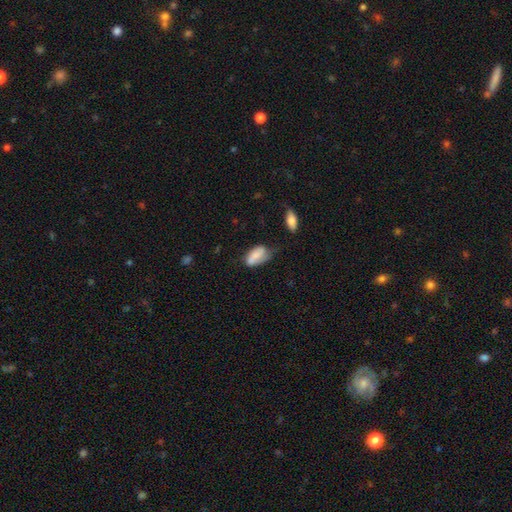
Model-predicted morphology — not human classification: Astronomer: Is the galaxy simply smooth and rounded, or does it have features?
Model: smooth — 69%.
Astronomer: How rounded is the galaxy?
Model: in between — 91%.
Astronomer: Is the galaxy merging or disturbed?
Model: minor disturbance — 38% (runner-up: none, 37%).